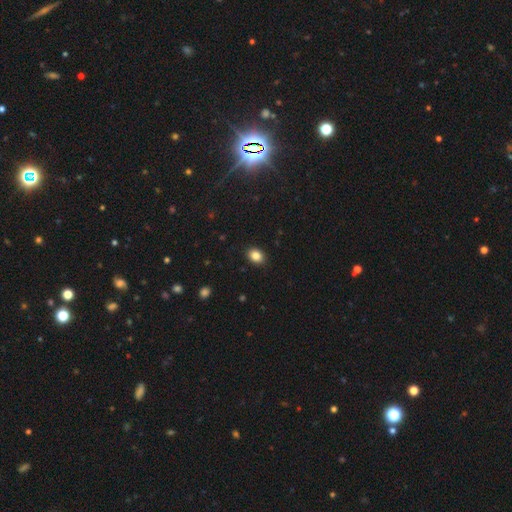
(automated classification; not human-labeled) Smooth or featured: smooth — 86% (star or artifact — 9%)
How rounded: in between — 67% (round — 32%)
Merging: none — 90% (minor disturbance — 8%)